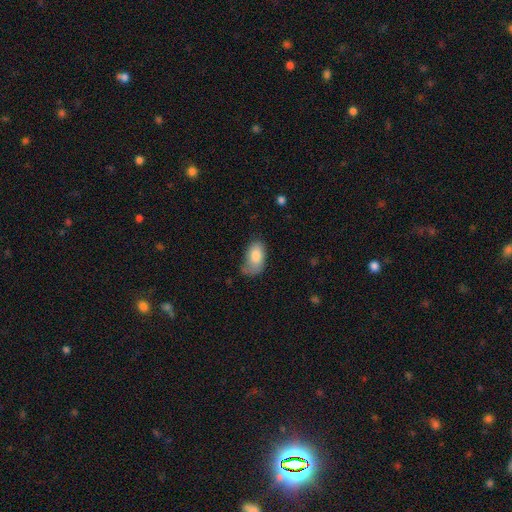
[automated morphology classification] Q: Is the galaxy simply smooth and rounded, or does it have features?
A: smooth — 81%.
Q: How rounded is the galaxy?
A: in between — 94%.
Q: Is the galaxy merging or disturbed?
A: none — 47%.